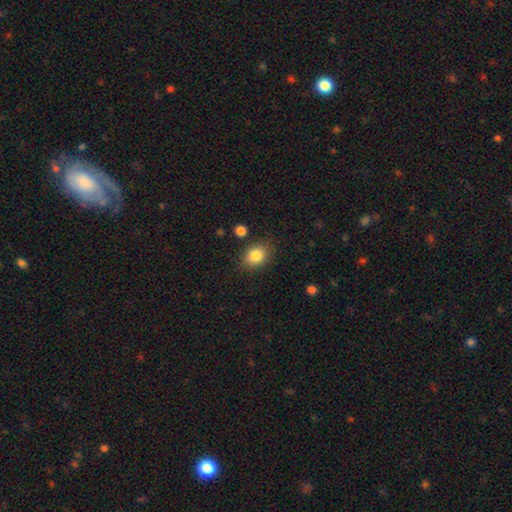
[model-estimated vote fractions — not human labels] Smooth or featured: smooth — 84% (star or artifact — 9%)
How rounded: in between — 55% (round — 44%)
Merging: none — 81% (minor disturbance — 12%)